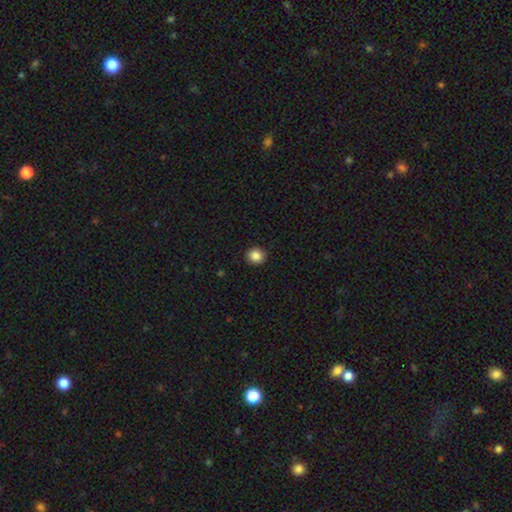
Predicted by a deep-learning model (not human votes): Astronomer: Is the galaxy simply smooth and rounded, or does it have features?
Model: smooth — 86%.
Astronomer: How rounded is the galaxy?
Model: round — 84%.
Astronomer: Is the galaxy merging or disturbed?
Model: none — 92%.